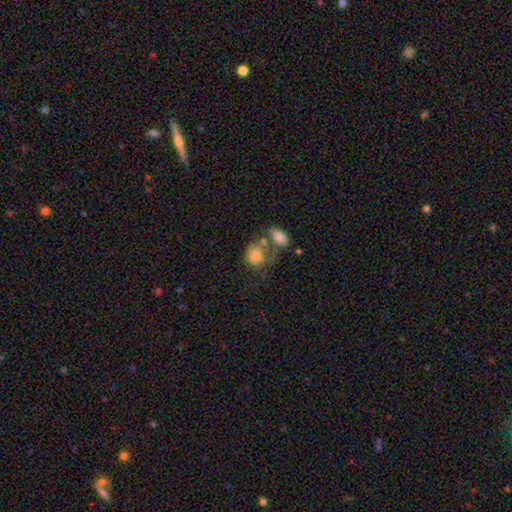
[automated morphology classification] Q: Smooth or featured?
A: smooth (78%); runner-up: featured or disk (13%)
Q: How rounded?
A: round (54%); runner-up: in between (44%)
Q: Merging?
A: merger (38%); runner-up: none (31%)